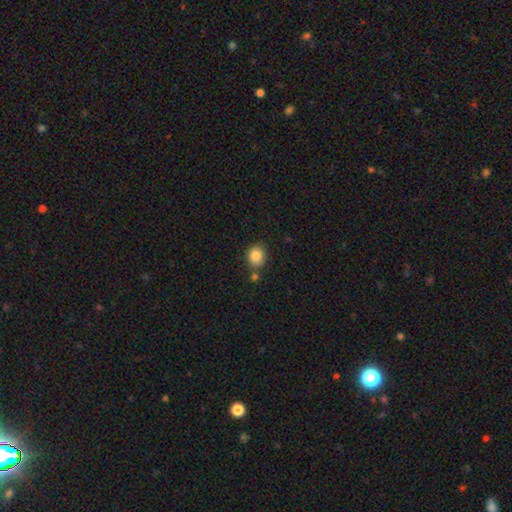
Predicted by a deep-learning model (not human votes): Smooth or featured: smooth — 86% (star or artifact — 9%)
How rounded: round — 63% (in between — 36%)
Merging: none — 75% (minor disturbance — 13%)